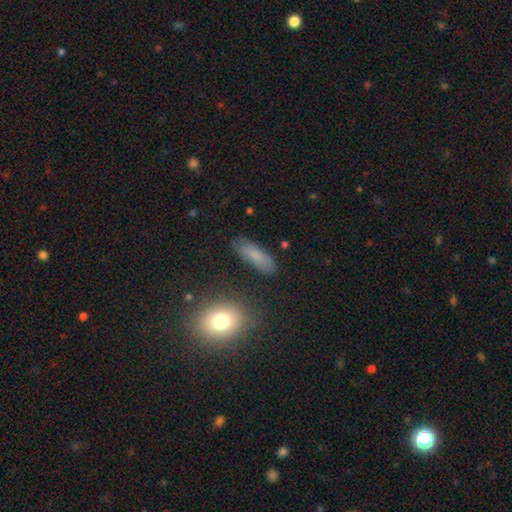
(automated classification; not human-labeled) Smooth or featured? smooth (75%)
How rounded? in between (59%)
Merging? none (80%)